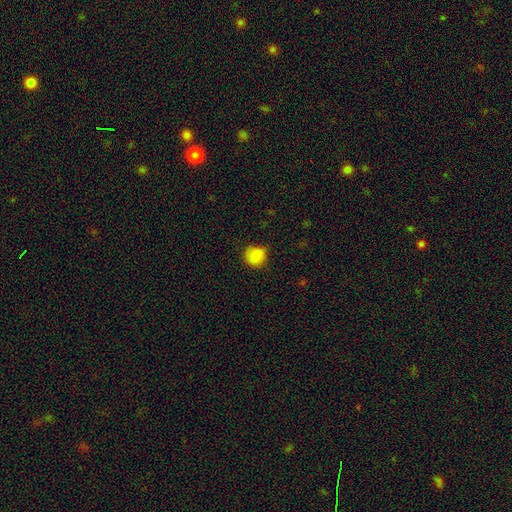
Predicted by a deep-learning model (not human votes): Overall: smooth (87%). How rounded: round (88%). Merging: none (77%).